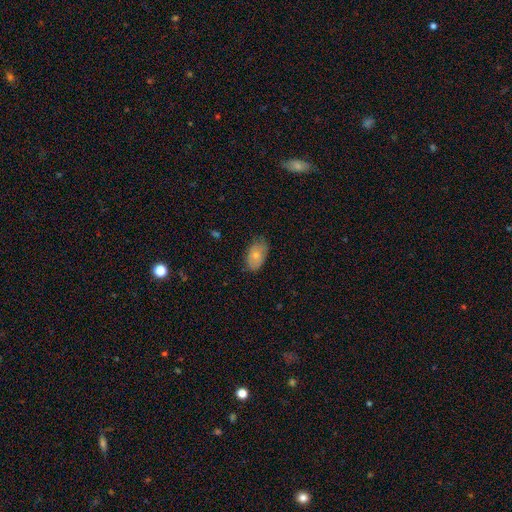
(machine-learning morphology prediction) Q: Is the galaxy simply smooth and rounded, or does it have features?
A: smooth — 71%.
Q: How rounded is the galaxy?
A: in between — 91%.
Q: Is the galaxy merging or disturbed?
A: none — 72%.